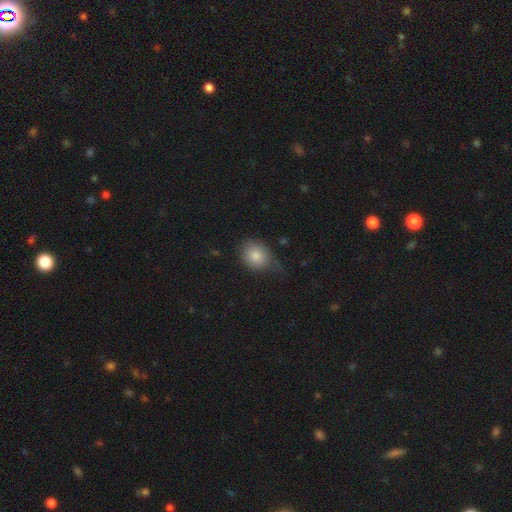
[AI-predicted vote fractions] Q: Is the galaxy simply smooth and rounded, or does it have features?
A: smooth — 83%.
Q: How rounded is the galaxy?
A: round — 58%.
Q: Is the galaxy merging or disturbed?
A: none — 55%.